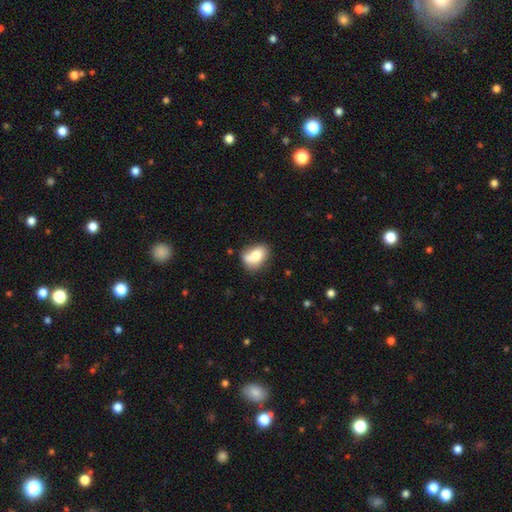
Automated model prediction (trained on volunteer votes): smooth 73%, featured or disk 18%, star or artifact 9%. Down the decision tree: how rounded — in between (73%); merging — none (45%).